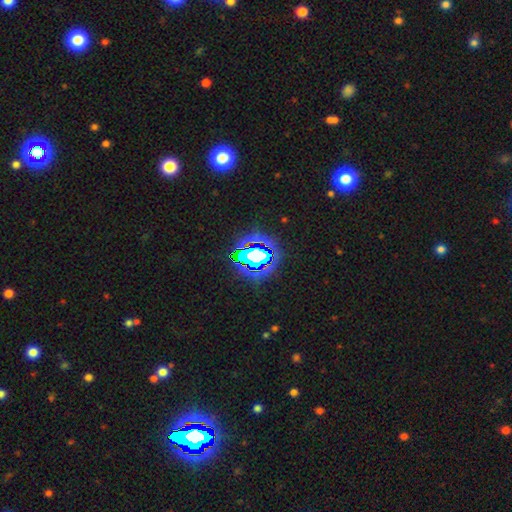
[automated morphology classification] Smooth or featured? Predicted: star or artifact (p=0.65).